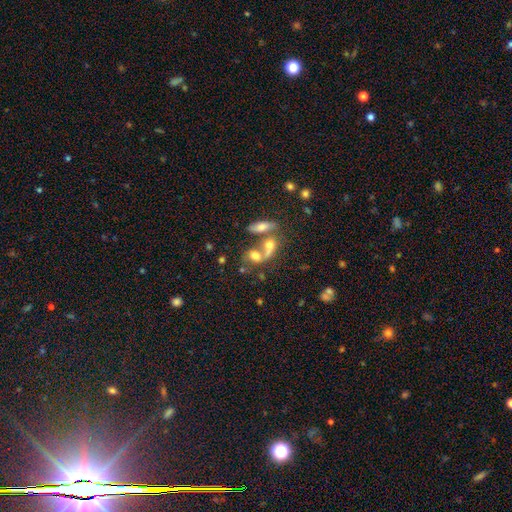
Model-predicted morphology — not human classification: A star or artifact, not a galaxy (57%).